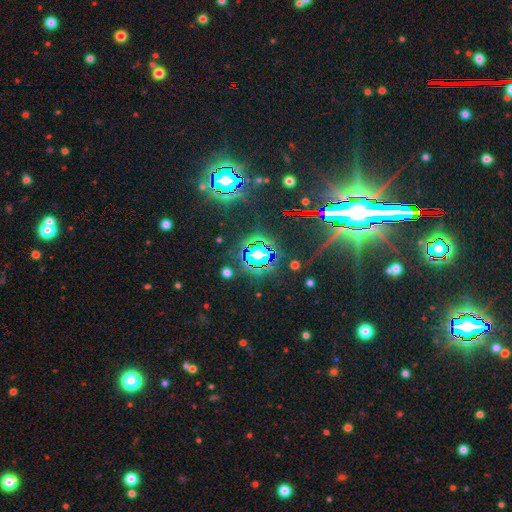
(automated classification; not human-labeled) Smooth or featured?
  - star or artifact: 83% *
  - featured or disk: 9%
  - smooth: 8%